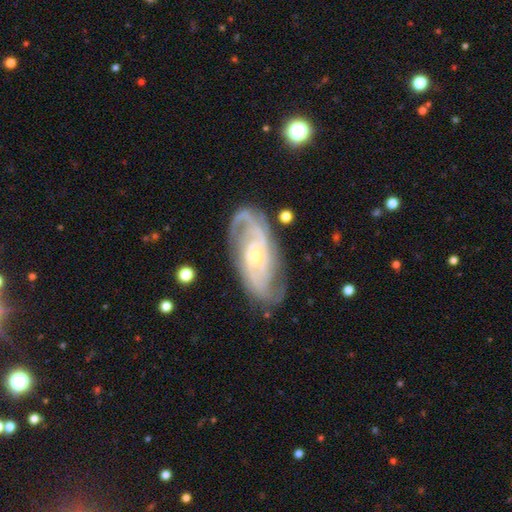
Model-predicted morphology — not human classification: type=featured or disk (89%); edge-on=no (95%); bar=no (62%); spiral arms=yes (97%); winding=tight (51%); arm count=2 (62%); bulge=small (69%); merging=none (75%).